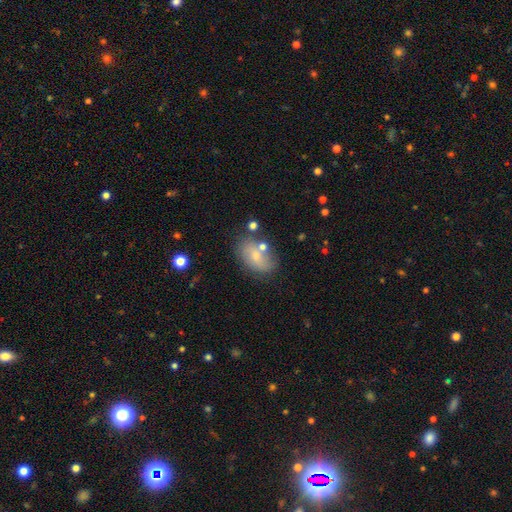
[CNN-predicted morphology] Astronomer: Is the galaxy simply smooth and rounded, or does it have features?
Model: smooth — 65%.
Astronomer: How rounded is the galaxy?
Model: in between — 87%.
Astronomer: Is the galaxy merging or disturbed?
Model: none — 61%.